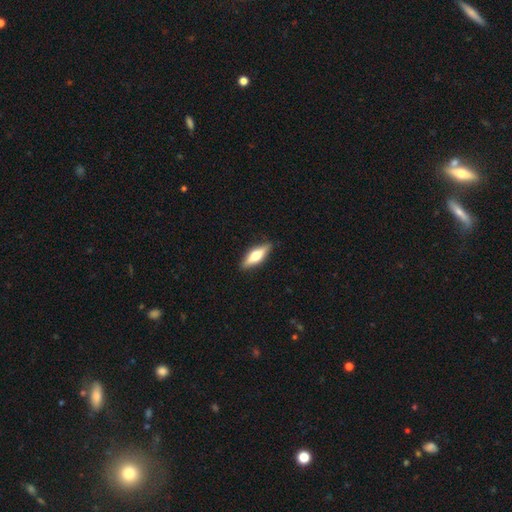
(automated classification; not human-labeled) Smooth or featured? Predicted: smooth (p=0.48). Merging? Predicted: none (p=0.88).